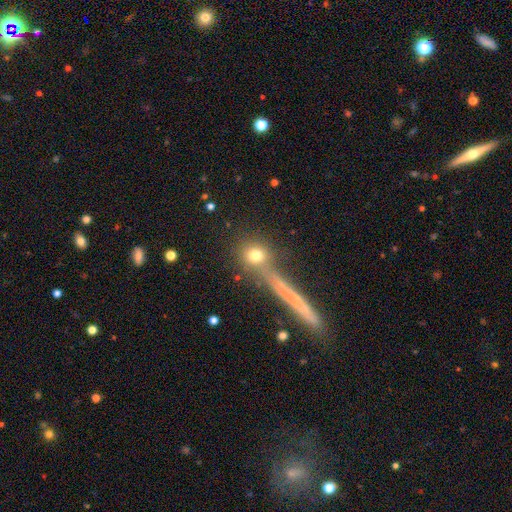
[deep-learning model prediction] smooth-or-featured: smooth: 69% | star or artifact: 16% | featured or disk: 15%
  how-rounded: round: 82% | in between: 12% | cigar-shaped: 6%
  merging: none: 70% | merger: 13% | minor disturbance: 11% | major disturbance: 6%